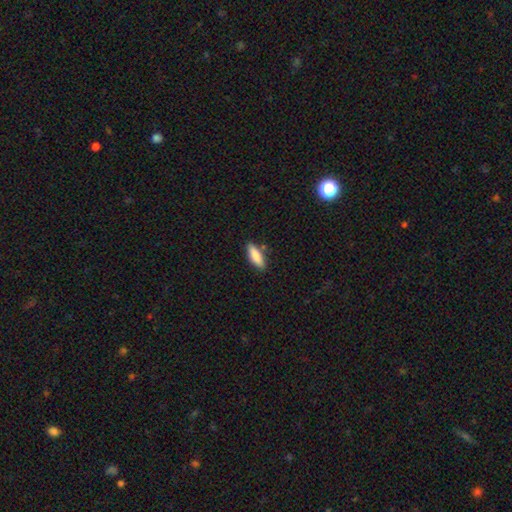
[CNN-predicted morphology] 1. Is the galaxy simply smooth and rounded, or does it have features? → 85% smooth, 9% featured or disk, 6% star or artifact.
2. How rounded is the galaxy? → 57% in between, 41% cigar-shaped, 2% round.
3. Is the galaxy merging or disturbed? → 81% none, 13% minor disturbance, 4% merger, 3% major disturbance.